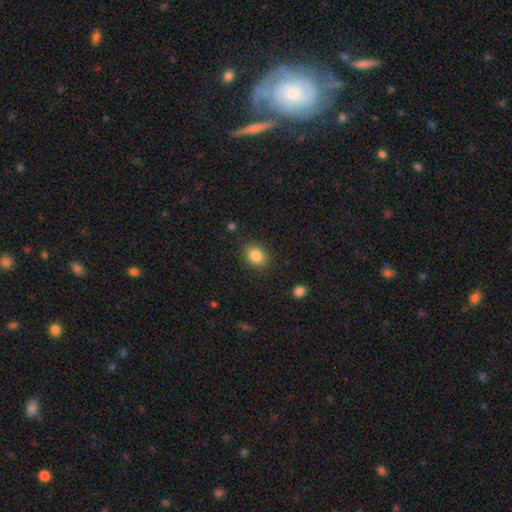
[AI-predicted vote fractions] The model was most divided on "how rounded": round: 55%, in between: 44%, cigar-shaped: 1%. More confident: merging — none (87%); smooth or featured — smooth (85%).